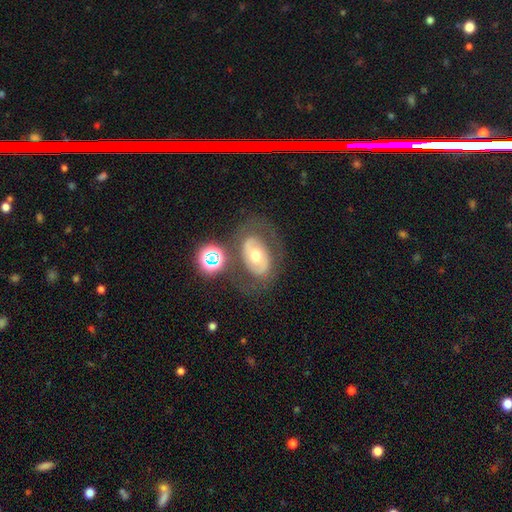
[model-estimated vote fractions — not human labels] smooth-or-featured: featured or disk: 62% | smooth: 28% | star or artifact: 11%
  disk-edge-on: no: 94% | yes: 6%
    bar: no: 67% | weak: 21% | strong: 12%
    has-spiral-arms: no: 55% | yes: 45%
    bulge-size: moderate: 71% | small: 18% | large: 8% | dominant: 1% | none: 1%
  merging: none: 64% | minor disturbance: 16% | major disturbance: 13% | merger: 7%